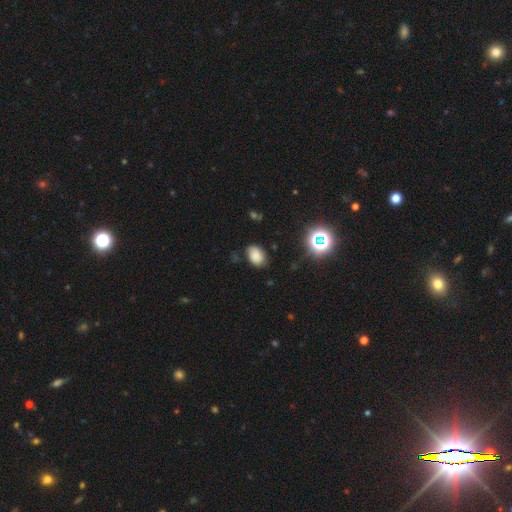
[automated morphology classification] Smooth or featured: smooth — 78% (star or artifact — 15%)
How rounded: in between — 77% (round — 22%)
Merging: none — 79% (minor disturbance — 16%)